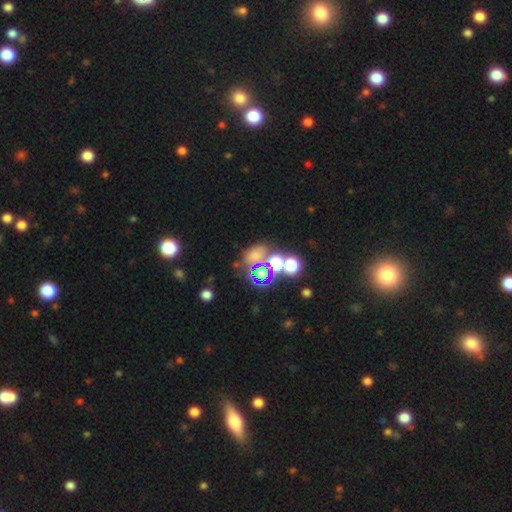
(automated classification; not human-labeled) The model was most divided on "how rounded": round: 54%, in between: 44%, cigar-shaped: 2%. More confident: merging — none (52%); smooth or featured — smooth (51%).